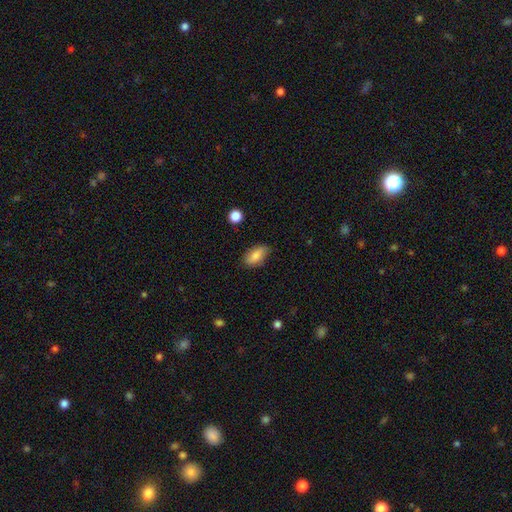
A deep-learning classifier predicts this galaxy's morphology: smooth 80%, featured or disk 12%, star or artifact 8%. Down the decision tree: how rounded — in between (90%); merging — none (73%).